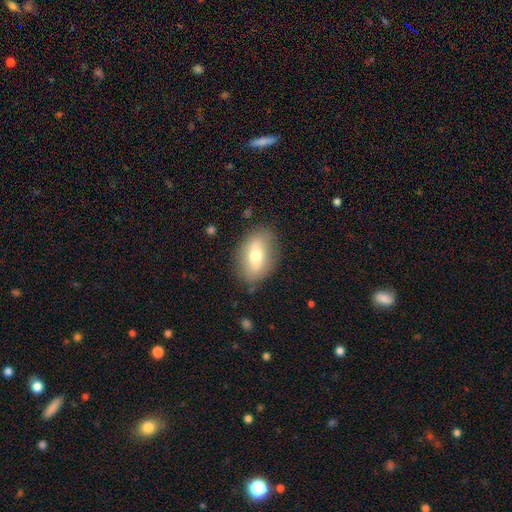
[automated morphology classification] A smooth galaxy with no disk features (63%) that is in between round and cigar-shaped (85%).

Vote fractions:
- Smooth or featured? smooth: 63% / featured or disk: 29% / star or artifact: 7%
- How rounded? in between: 85% / round: 10% / cigar-shaped: 5%
- Merging? none: 81% / minor disturbance: 13% / major disturbance: 4% / merger: 1%